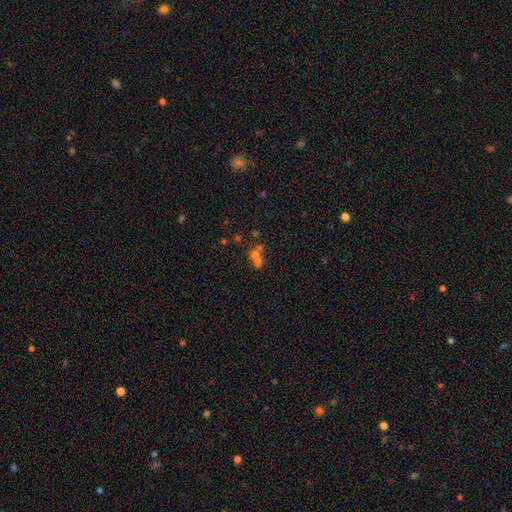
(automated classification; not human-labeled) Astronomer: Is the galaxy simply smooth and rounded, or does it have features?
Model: smooth — 49% (runner-up: star or artifact, 27%).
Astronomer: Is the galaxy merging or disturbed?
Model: merger — 55% (runner-up: none, 34%).